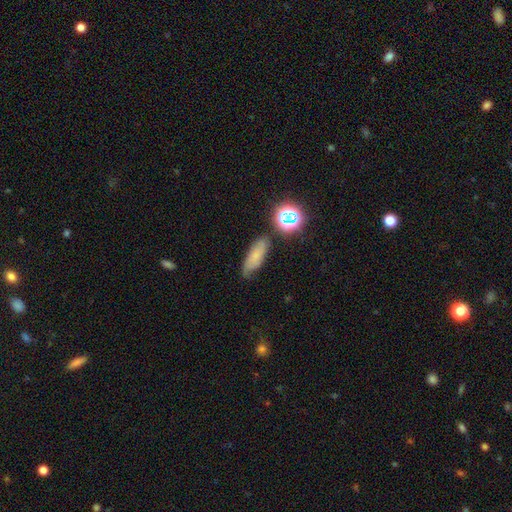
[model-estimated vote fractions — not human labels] This is possibly a smooth galaxy (58%). How rounded: likely in between (65%). Merging: likely none (63%).